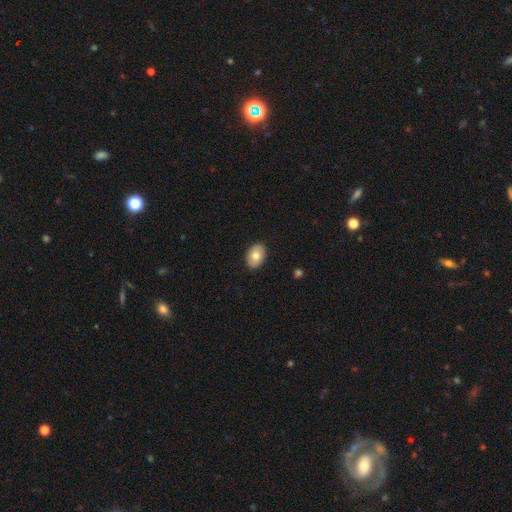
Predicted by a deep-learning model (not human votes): Morphology: type=smooth (78%); roundness=in between (83%); merging=none (89%).